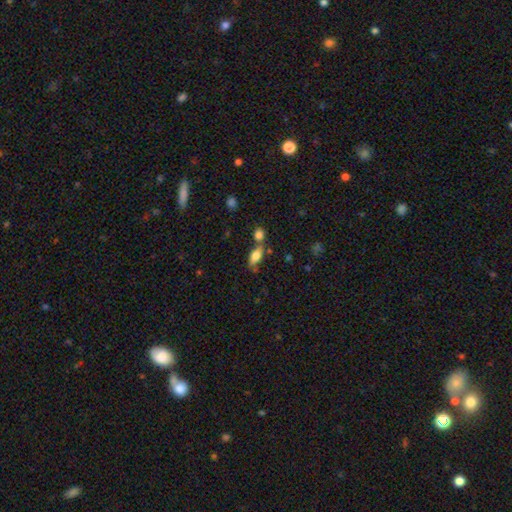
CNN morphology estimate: Smooth or featured? Predicted: smooth (p=0.71). How rounded? Predicted: in between (p=0.78). Merging? Predicted: none (p=0.55).